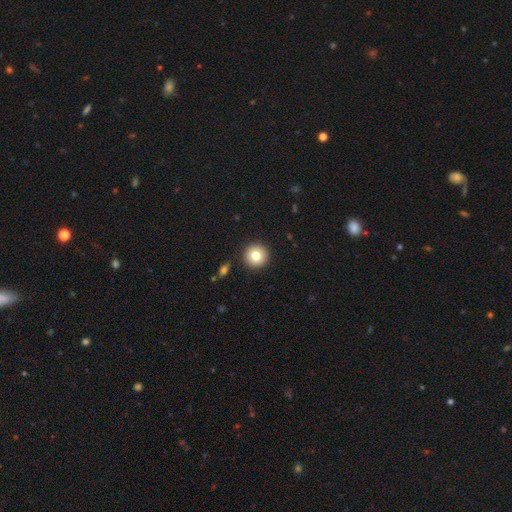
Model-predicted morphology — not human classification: Smooth or featured? Predicted: smooth (p=0.79). How rounded? Predicted: round (p=0.96). Merging? Predicted: none (p=0.91).